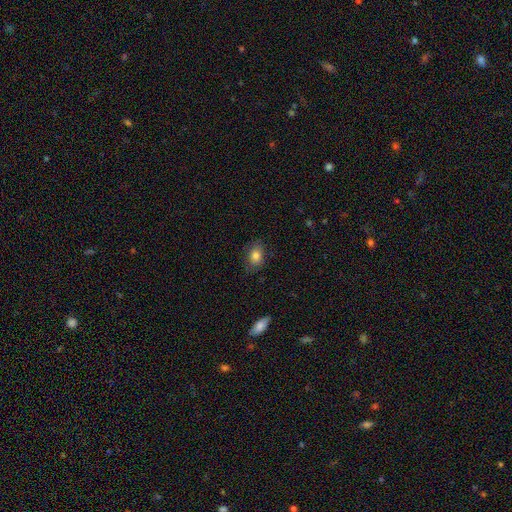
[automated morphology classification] This is clearly a smooth galaxy (80%). How rounded: likely in between (77%). Merging: likely none (79%).